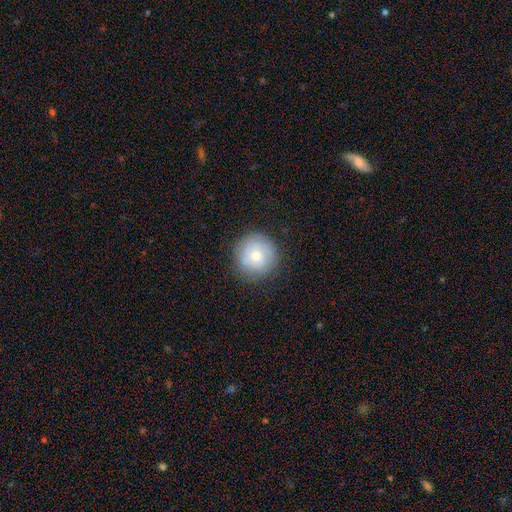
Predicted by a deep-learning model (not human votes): The model was most divided on "smooth or featured": smooth: 62%, featured or disk: 29%, star or artifact: 9%. More confident: how rounded — round (95%); merging — none (83%).